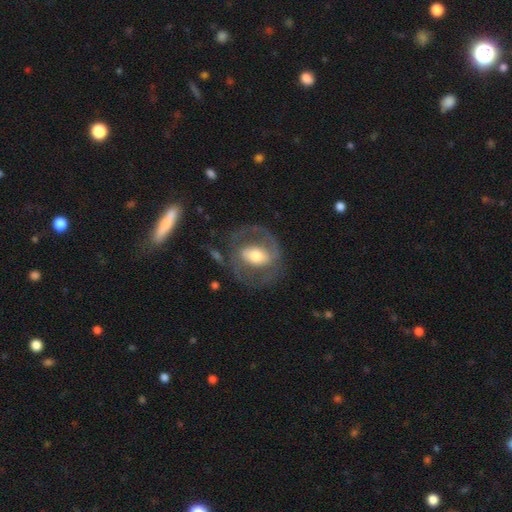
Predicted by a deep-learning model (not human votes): Smooth or featured?
  - featured or disk: 69% *
  - smooth: 25%
  - star or artifact: 6%
Edge-on disk?
  - no: 94% *
  - yes: 6%
Bar?
  - strong: 37% *
  - weak: 33%
  - no: 30%
Spiral arms?
  - yes: 58% *
  - no: 42%
Bulge size?
  - moderate: 57% *
  - large: 26%
  - small: 13%
  - dominant: 3%
  - none: 2%
Merging?
  - none: 67% *
  - minor disturbance: 15%
  - major disturbance: 15%
  - merger: 2%